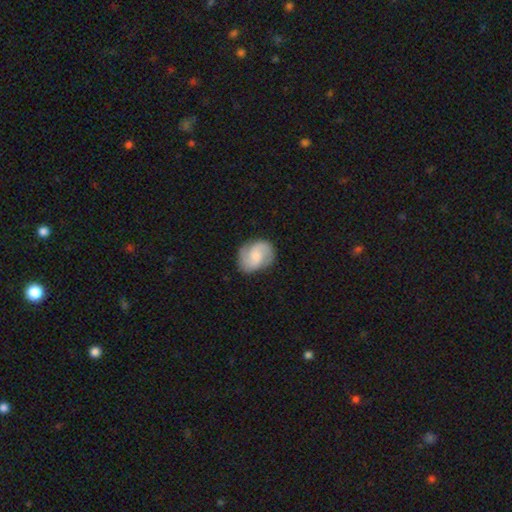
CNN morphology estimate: smooth_or_featured: featured or disk (p=0.67) [alt: smooth p=0.27]
disk_edge_on: no (p=0.98) [alt: yes p=0.02]
bar: no (p=0.53) [alt: weak p=0.40]
has_spiral_arms: yes (p=0.94) [alt: no p=0.06]
spiral_winding: medium (p=0.50) [alt: tight p=0.25]
spiral_arm_count: 2 (p=0.84) [alt: can't tell p=0.06]
bulge_size: small (p=0.47) [alt: moderate p=0.35]
merging: none (p=0.80) [alt: minor disturbance p=0.15]